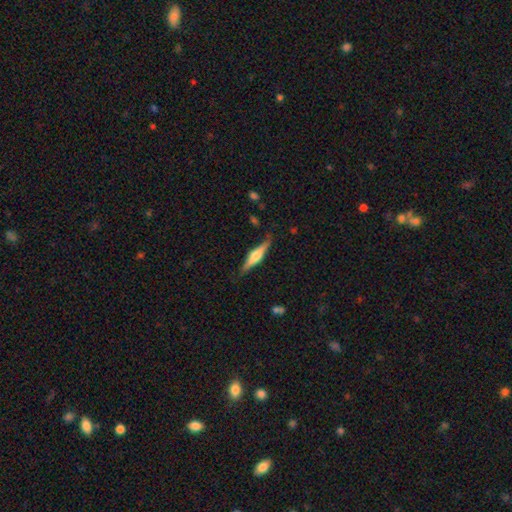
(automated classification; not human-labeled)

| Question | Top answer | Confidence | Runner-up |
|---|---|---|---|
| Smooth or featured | featured or disk | 65% | smooth (30%) |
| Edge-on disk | yes | 97% | no (3%) |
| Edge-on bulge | rounded | 85% | boxy (12%) |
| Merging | none | 86% | minor disturbance (10%) |